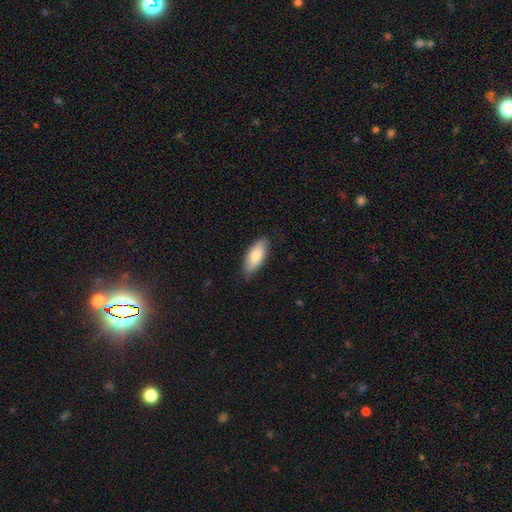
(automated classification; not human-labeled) Q: Smooth or featured?
A: smooth (80%); runner-up: featured or disk (15%)
Q: How rounded?
A: in between (83%); runner-up: cigar-shaped (15%)
Q: Merging?
A: none (83%); runner-up: minor disturbance (14%)